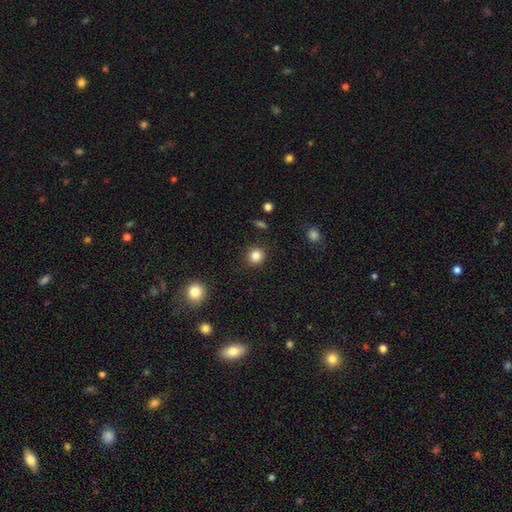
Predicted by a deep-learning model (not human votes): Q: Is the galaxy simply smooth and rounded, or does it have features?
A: smooth — 85%.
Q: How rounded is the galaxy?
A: round — 88%.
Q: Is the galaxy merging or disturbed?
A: none — 90%.